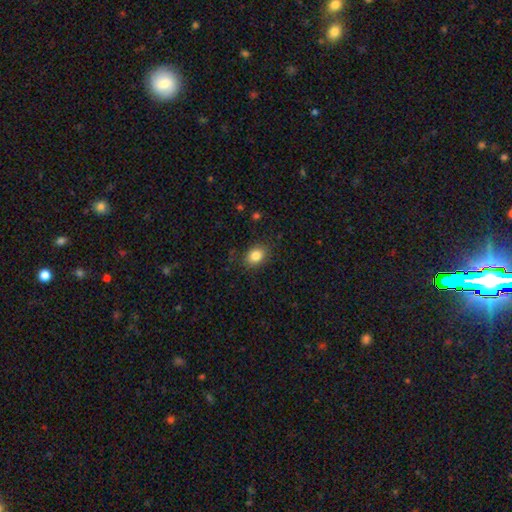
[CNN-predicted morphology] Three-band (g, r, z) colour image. It shows a smooth galaxy with no disk features (84%) that is in between round and cigar-shaped (59%). Merging: none (86%).